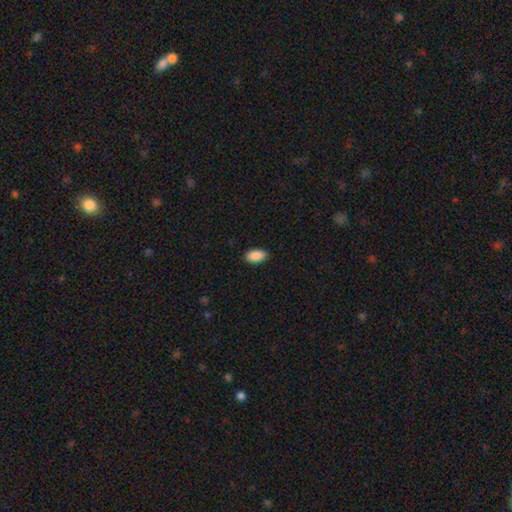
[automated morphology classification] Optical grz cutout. It shows a smooth galaxy with no disk features (90%) that is in between round and cigar-shaped (94%). Merging: none (90%).